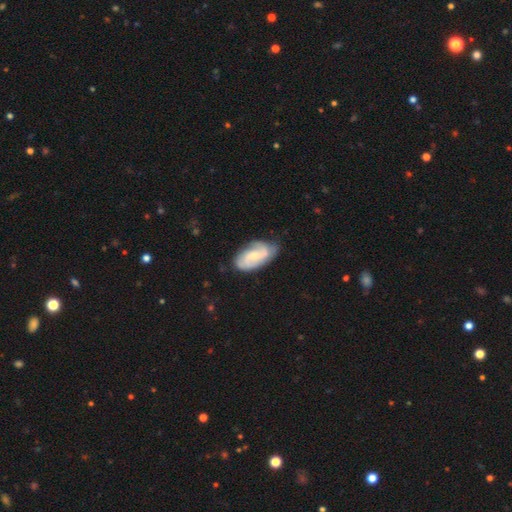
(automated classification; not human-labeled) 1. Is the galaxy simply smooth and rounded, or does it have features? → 72% featured or disk, 23% smooth, 5% star or artifact.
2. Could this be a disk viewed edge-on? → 96% no, 4% yes.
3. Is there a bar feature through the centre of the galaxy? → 45% weak (tied), 45% no (tied), 10% strong.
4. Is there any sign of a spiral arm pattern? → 93% yes, 7% no.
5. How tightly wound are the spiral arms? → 46% medium, 31% tight, 23% loose.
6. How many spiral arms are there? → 65% 2, 16% can't tell, 11% 3, 4% 1, 2% 4, 2% more than 4.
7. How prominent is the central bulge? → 55% small, 35% moderate, 7% none, 2% large, 1% dominant.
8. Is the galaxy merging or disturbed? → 66% none, 25% minor disturbance, 7% major disturbance, 2% merger.